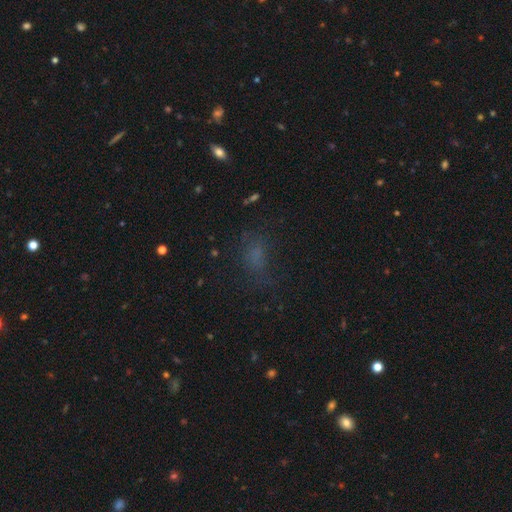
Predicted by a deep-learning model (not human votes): Smooth or featured: smooth — 60% (star or artifact — 26%)
How rounded: in between — 71% (round — 24%)
Merging: none — 61% (minor disturbance — 19%)